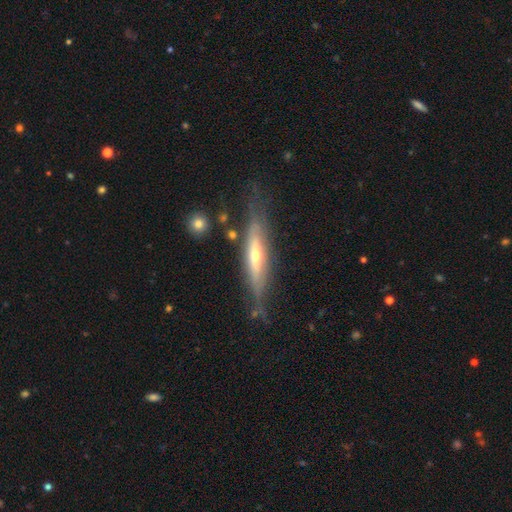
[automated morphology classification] smooth-or-featured: featured or disk: 70% | smooth: 23% | star or artifact: 7%
  disk-edge-on: yes: 85% | no: 15%
    edge-on-bulge: rounded: 70% | none: 23% | boxy: 7%
  merging: none: 73% | minor disturbance: 18% | major disturbance: 5% | merger: 3%